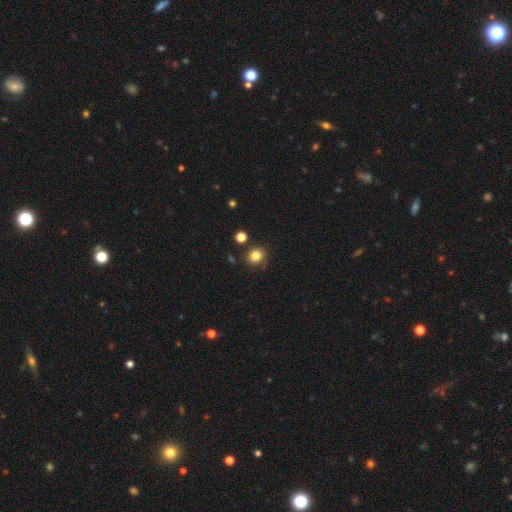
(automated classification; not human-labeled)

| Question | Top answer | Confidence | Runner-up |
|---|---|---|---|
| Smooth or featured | smooth | 82% | star or artifact (12%) |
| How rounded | round | 84% | in between (16%) |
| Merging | none | 81% | minor disturbance (11%) |